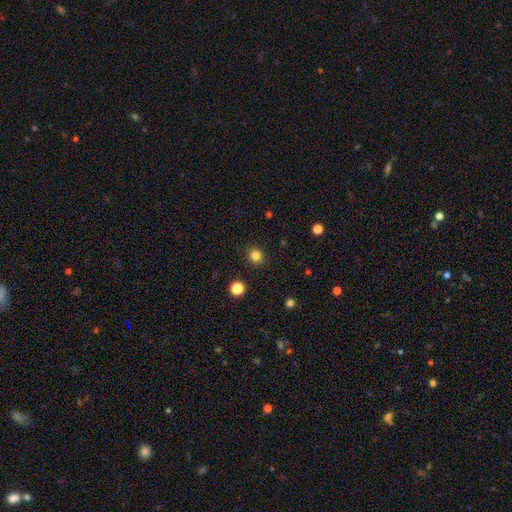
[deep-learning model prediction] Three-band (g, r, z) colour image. It shows a smooth galaxy with no disk features (83%) that is round (81%). Merging: none (91%).